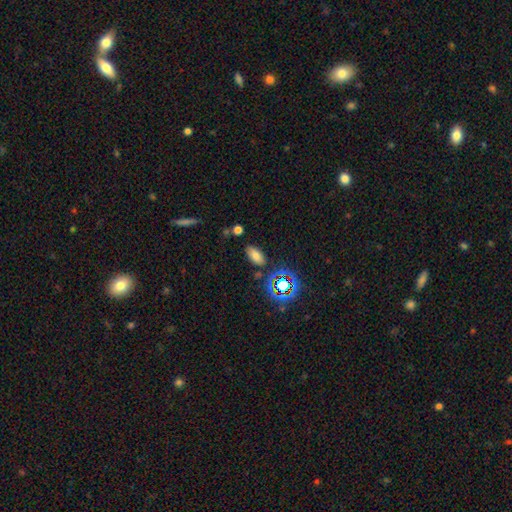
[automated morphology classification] The model was most divided on "smooth or featured": smooth: 71%, star or artifact: 19%, featured or disk: 10%. More confident: how rounded — in between (90%); merging — none (81%).